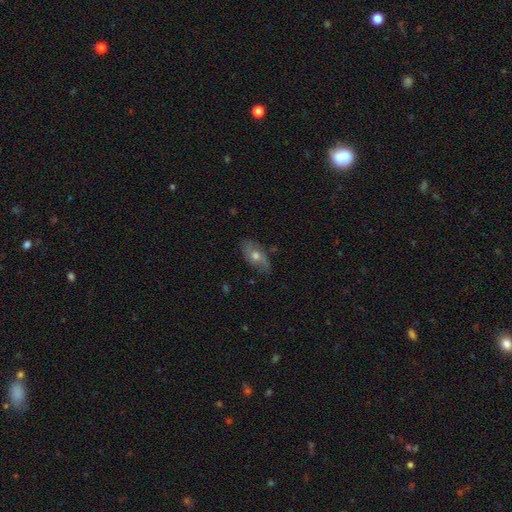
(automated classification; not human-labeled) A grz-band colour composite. It shows a featured or disk galaxy (47%). Merging: none (76%).